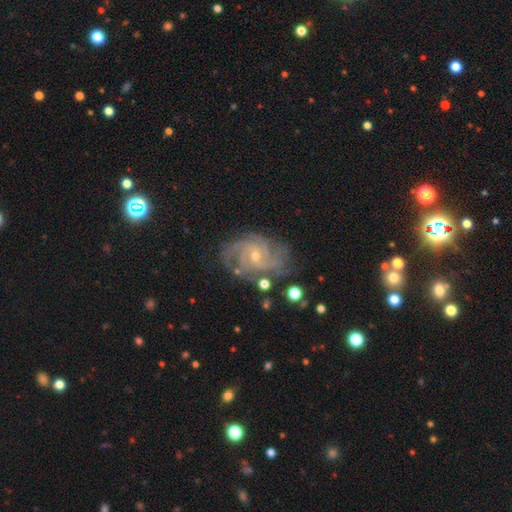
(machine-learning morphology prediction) This is clearly a featured or disk galaxy (90%). It is clearly not viewed edge-on (97%). Bar: possibly no (60%). Spiral arm pattern: clearly yes (98%). Spiral arm count: marginally 3 (28%). Spiral winding: likely tight (60%). Central bulge: likely small (65%). Merging: likely none (73%).